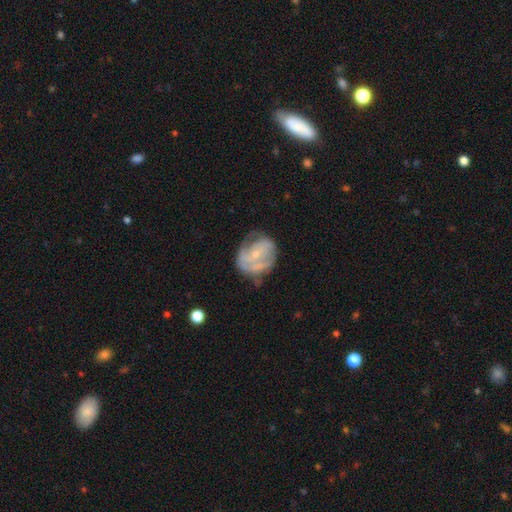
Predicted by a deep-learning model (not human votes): Smooth or featured: featured or disk — 67% (smooth — 25%)
Edge-on disk: no — 97% (yes — 3%)
Bar: no — 61% (weak — 30%)
Spiral arms: yes — 69% (no — 31%)
Bulge size: small — 73% (moderate — 21%)
Merging: none — 48% (minor disturbance — 28%)